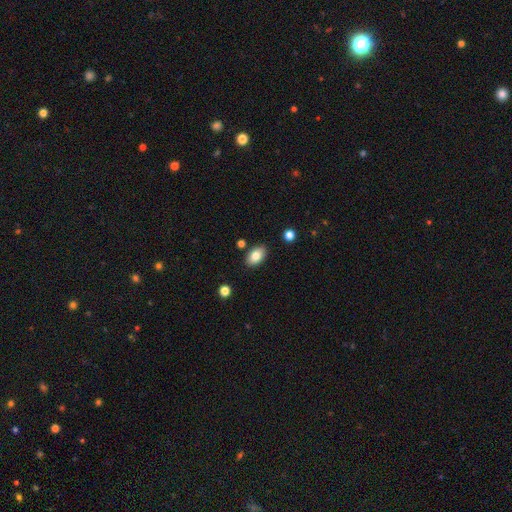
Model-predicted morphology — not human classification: Smooth or featured? Predicted: smooth (p=0.82). How rounded? Predicted: in between (p=0.92). Merging? Predicted: none (p=0.86).